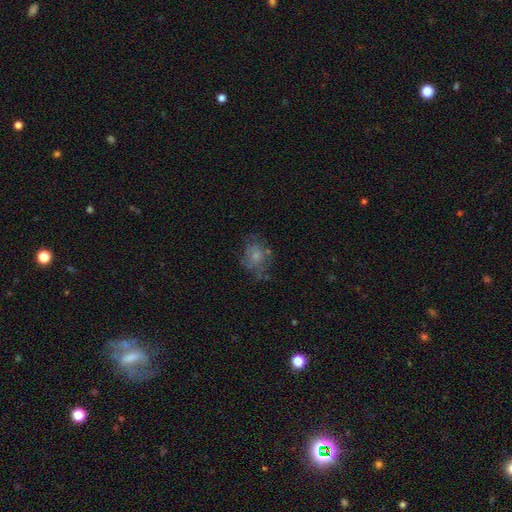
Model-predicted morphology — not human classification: Smooth or featured: smooth — 55% (featured or disk — 34%)
How rounded: round — 50% (in between — 49%)
Merging: none — 51% (minor disturbance — 26%)